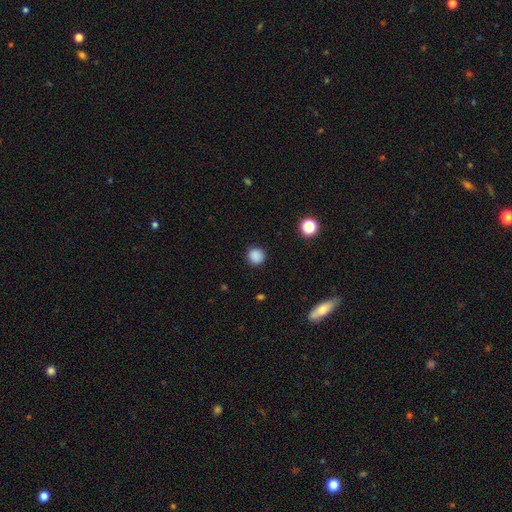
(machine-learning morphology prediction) smooth_or_featured: smooth (p=0.87) [alt: star or artifact p=0.11]
how_rounded: round (p=0.93) [alt: in between p=0.06]
merging: none (p=0.90) [alt: minor disturbance p=0.06]